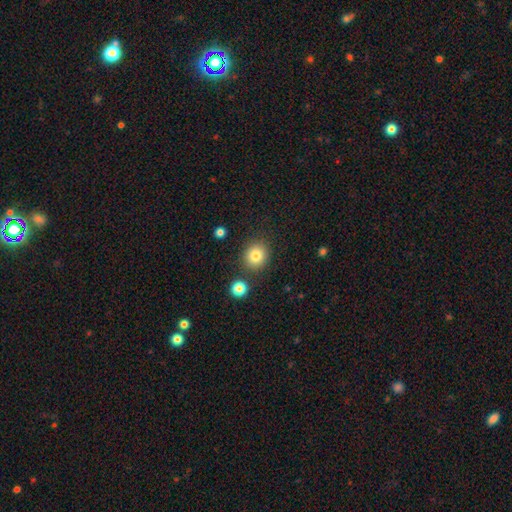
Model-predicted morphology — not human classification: smooth-or-featured: smooth: 82% | star or artifact: 11% | featured or disk: 7%
  how-rounded: round: 84% | in between: 15% | cigar-shaped: 1%
  merging: none: 85% | minor disturbance: 8% | merger: 4% | major disturbance: 3%